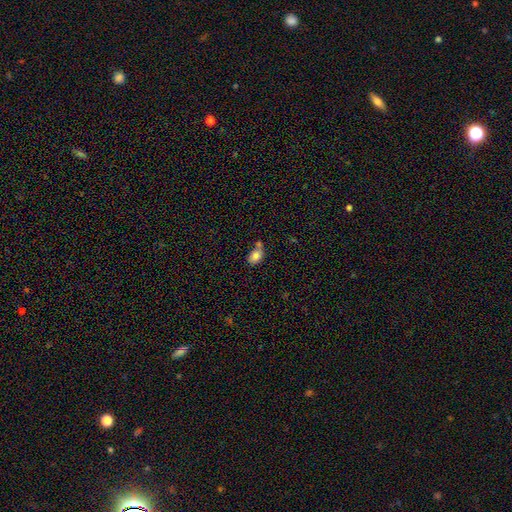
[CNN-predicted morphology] smooth_or_featured: smooth (p=0.82) [alt: featured or disk p=0.09]
how_rounded: in between (p=0.78) [alt: round p=0.20]
merging: none (p=0.50) [alt: merger p=0.27]